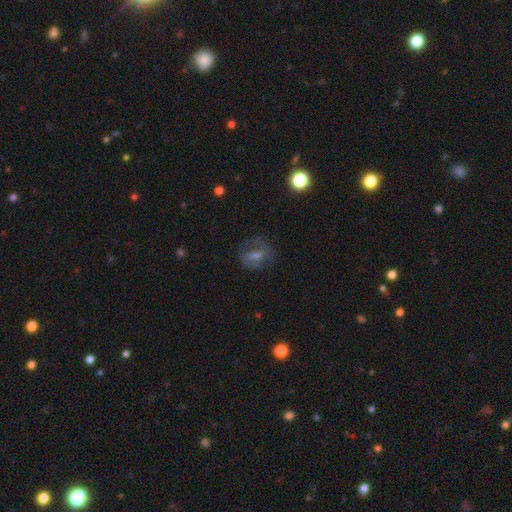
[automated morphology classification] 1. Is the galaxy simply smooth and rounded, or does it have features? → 48% featured or disk, 36% smooth, 17% star or artifact.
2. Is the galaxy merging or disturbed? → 66% none, 17% minor disturbance, 14% major disturbance, 2% merger.